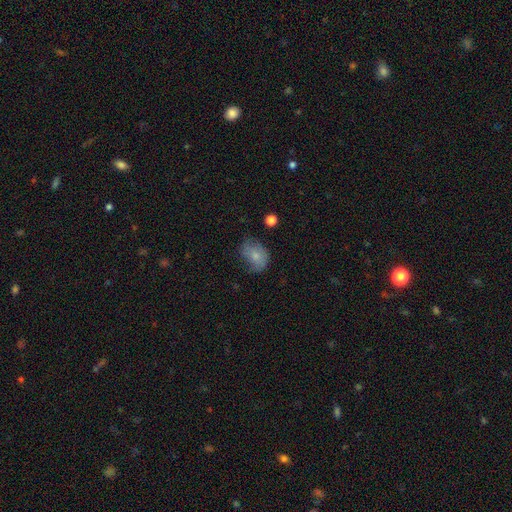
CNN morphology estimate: This appears to be a smooth galaxy with no disk features (71%) that is in between round and cigar-shaped (69%). Merging: none (46%).